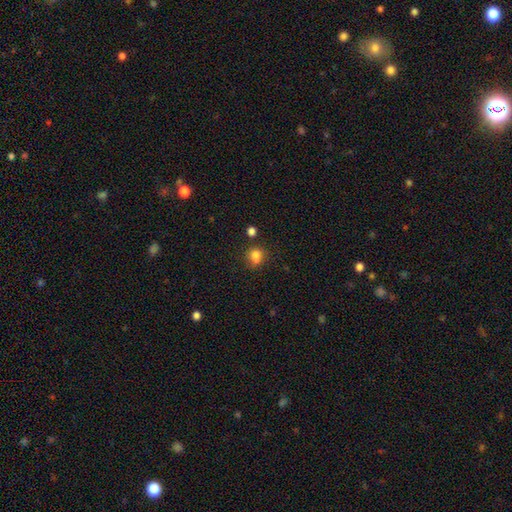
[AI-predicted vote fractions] A smooth galaxy with no disk features (76%) that is round (68%). Merging: none (51%).